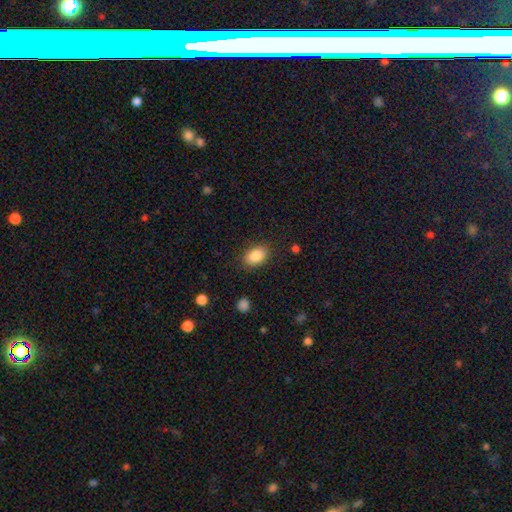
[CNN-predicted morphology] Overall: smooth (87%). How rounded: in between (84%). Merging: none (85%).